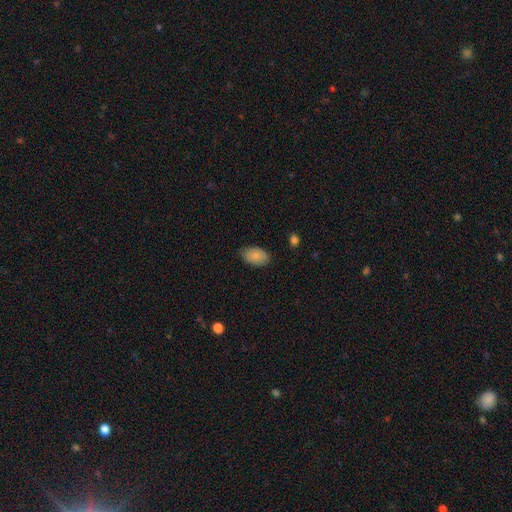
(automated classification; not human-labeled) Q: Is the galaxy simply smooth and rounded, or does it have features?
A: smooth — 84%.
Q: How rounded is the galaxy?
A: in between — 92%.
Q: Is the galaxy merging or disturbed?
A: none — 81%.